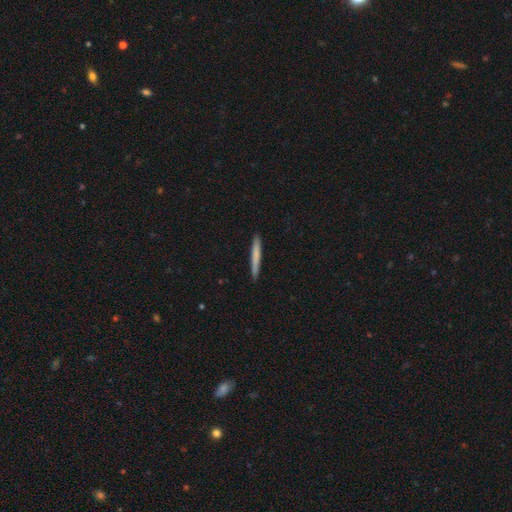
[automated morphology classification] The model was most divided on "smooth or featured": smooth: 72%, featured or disk: 22%, star or artifact: 6%. More confident: how rounded — cigar-shaped (96%); merging — none (90%).